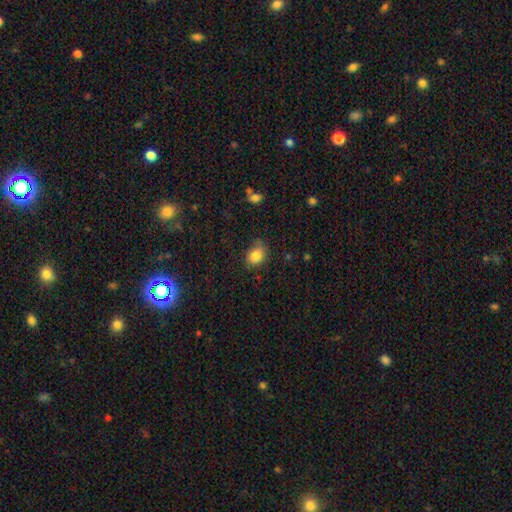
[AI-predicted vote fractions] smooth_or_featured: smooth (p=0.83) [alt: star or artifact p=0.10]
how_rounded: in between (p=0.63) [alt: round p=0.36]
merging: none (p=0.72) [alt: minor disturbance p=0.22]